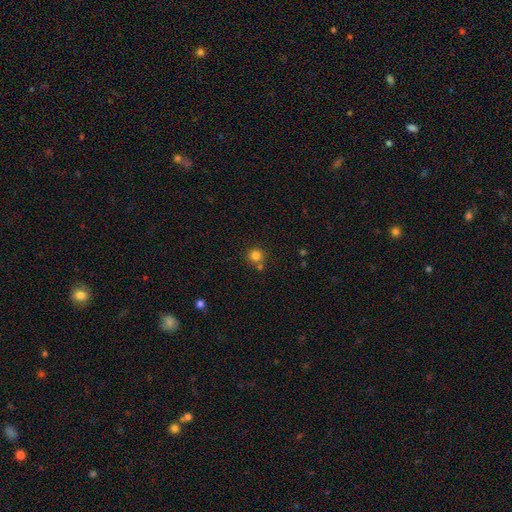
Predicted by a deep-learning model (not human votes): This appears to be a smooth galaxy with no disk features (82%) that is round (92%). Merging: none (71%).